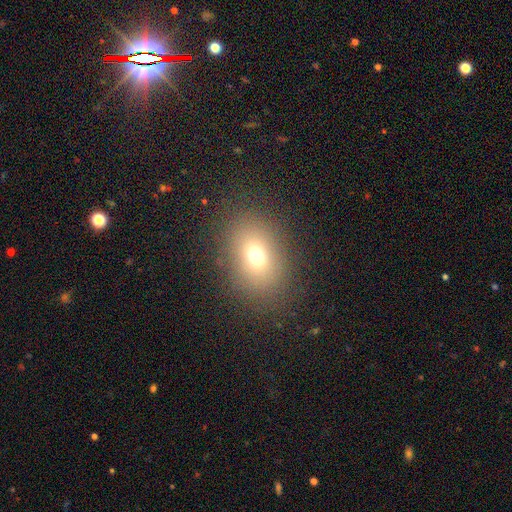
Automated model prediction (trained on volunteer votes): This is likely a smooth galaxy (68%). How rounded: possibly in between (58%). Merging: clearly none (81%).